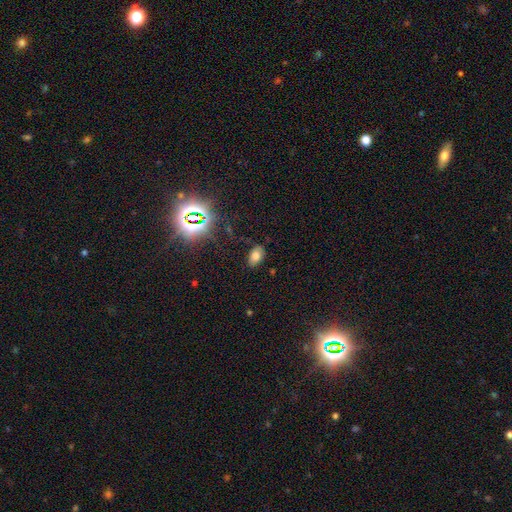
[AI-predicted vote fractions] smooth_or_featured: smooth (p=0.71) [alt: star or artifact p=0.19]
how_rounded: in between (p=0.91) [alt: round p=0.08]
merging: none (p=0.80) [alt: minor disturbance p=0.14]